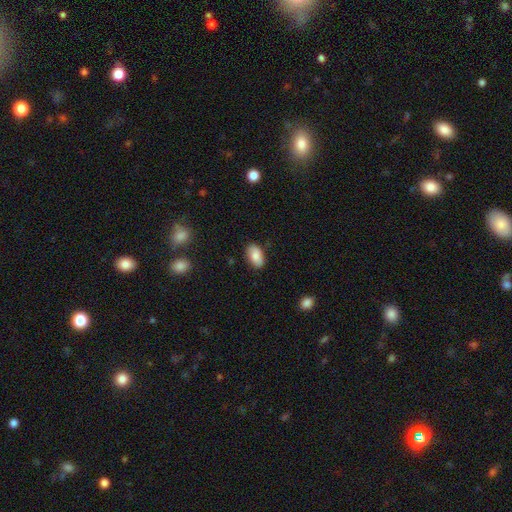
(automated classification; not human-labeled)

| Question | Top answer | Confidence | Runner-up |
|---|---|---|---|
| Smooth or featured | smooth | 82% | featured or disk (11%) |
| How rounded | in between | 93% | round (5%) |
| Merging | none | 83% | minor disturbance (13%) |